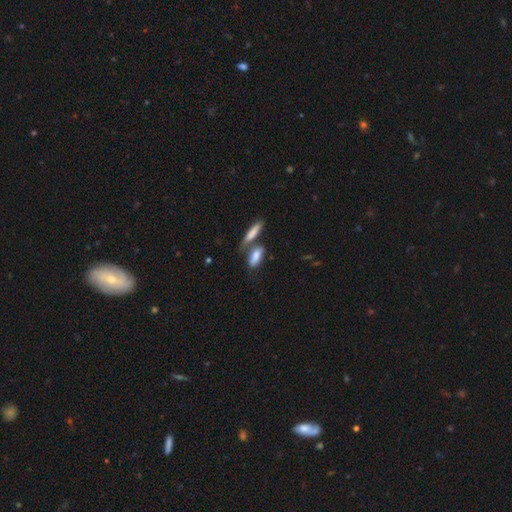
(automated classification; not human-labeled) Q: Smooth or featured?
A: smooth (76%); runner-up: featured or disk (17%)
Q: How rounded?
A: in between (64%); runner-up: cigar-shaped (33%)
Q: Merging?
A: none (45%); runner-up: merger (37%)